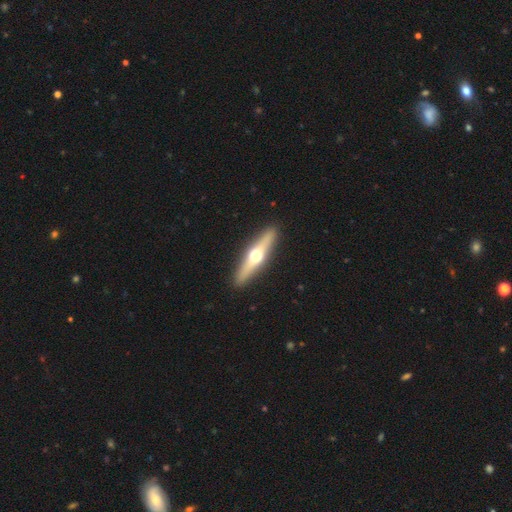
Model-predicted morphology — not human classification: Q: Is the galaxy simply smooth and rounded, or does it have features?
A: featured or disk — 65%.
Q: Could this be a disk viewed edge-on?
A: yes — 95%.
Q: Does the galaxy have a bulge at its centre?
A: rounded — 96%.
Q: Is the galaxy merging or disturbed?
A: none — 92%.